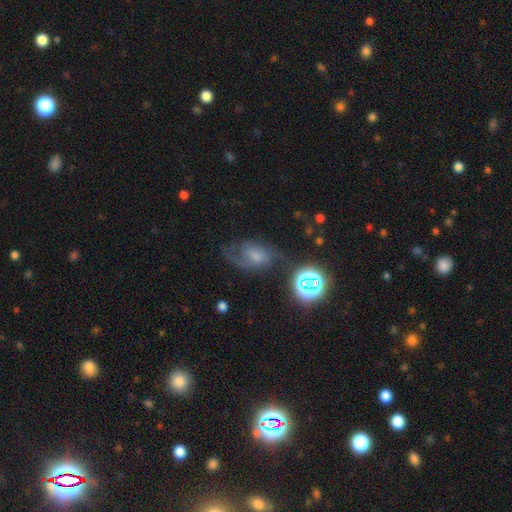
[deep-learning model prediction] A featured or disk galaxy (62%) with no bar (58%), 2 (68%) medium (45%) spiral arms (90%) and a moderate central bulge (32%).

Vote fractions:
- Smooth or featured? featured or disk: 62% / smooth: 24% / star or artifact: 14%
- Edge-on disk? no: 96% / yes: 4%
- Bar? no: 58% / weak: 34% / strong: 8%
- Spiral arms? yes: 90% / no: 10%
- Spiral winding? medium: 45% / loose: 39% / tight: 16%
- Spiral arm count? 2: 68% / 1: 17% / can't tell: 8% / 3: 3% / 4: 2% / more than 4: 2%
- Bulge size? moderate: 32% / small: 24% / none: 22% / large: 17% / dominant: 4%
- Merging? none: 49% / major disturbance: 24% / minor disturbance: 23% / merger: 4%